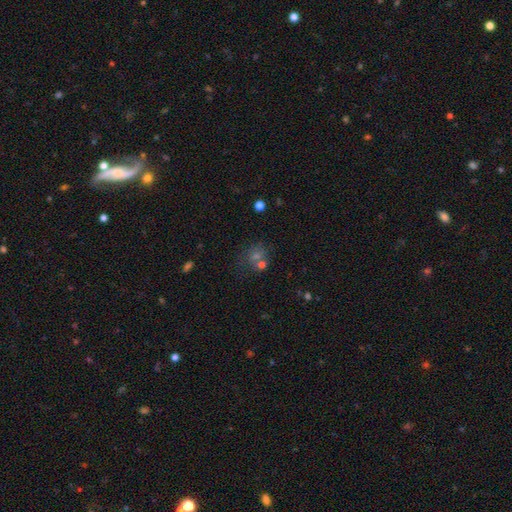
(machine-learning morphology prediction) A smooth galaxy with no disk features (48%). Merging: none (56%).